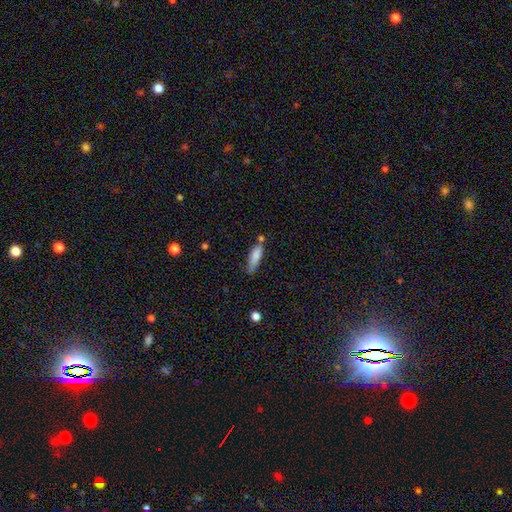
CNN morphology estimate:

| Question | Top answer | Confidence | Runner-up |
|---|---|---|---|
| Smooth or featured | smooth | 80% | featured or disk (13%) |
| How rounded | cigar-shaped | 58% | in between (40%) |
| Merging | none | 52% | minor disturbance (27%) |